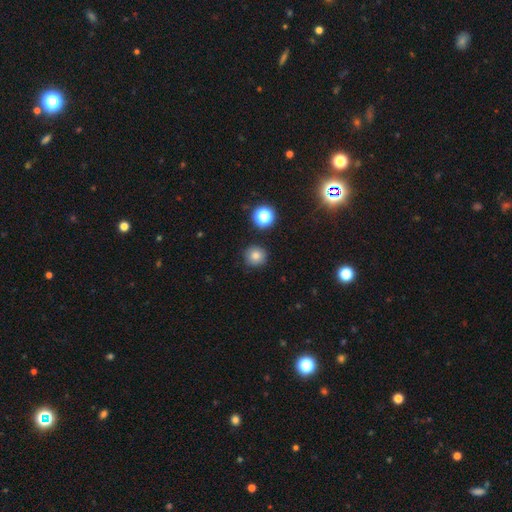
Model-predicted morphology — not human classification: A smooth galaxy with no disk features (78%) that is round (94%).

Vote fractions:
- Smooth or featured? smooth: 78% / star or artifact: 14% / featured or disk: 7%
- How rounded? round: 94% / in between: 5% / cigar-shaped: 1%
- Merging? none: 88% / minor disturbance: 8% / major disturbance: 2% / merger: 2%